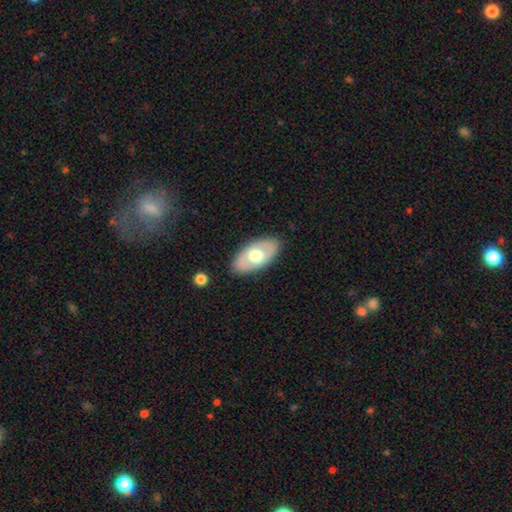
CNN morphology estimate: smooth-or-featured: smooth: 51% | featured or disk: 44% | star or artifact: 5%
  how-rounded: in between: 93% | round: 5% | cigar-shaped: 2%
  merging: none: 85% | minor disturbance: 11% | major disturbance: 3% | merger: 1%